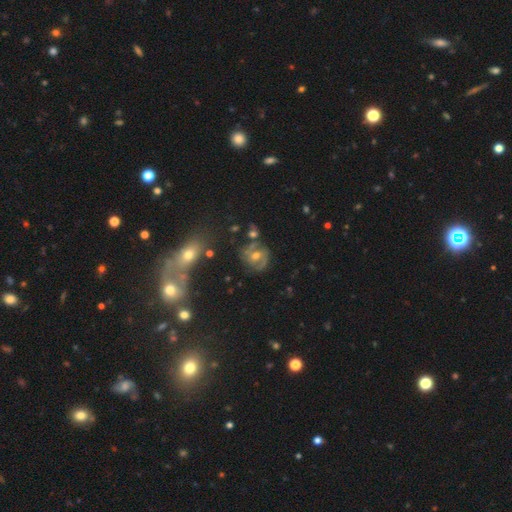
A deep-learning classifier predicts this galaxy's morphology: A featured or disk galaxy (68%) with no bar (49%), 2 (71%) medium (46%) spiral arms (85%) and a moderate central bulge (66%).

Vote fractions:
- Smooth or featured? featured or disk: 68% / smooth: 20% / star or artifact: 12%
- Edge-on disk? no: 96% / yes: 4%
- Bar? no: 49% / weak: 39% / strong: 11%
- Spiral arms? yes: 85% / no: 15%
- Spiral winding? medium: 46% / tight: 38% / loose: 16%
- Spiral arm count? 2: 71% / can't tell: 15% / 3: 6% / 1: 4% / 4: 2% / more than 4: 2%
- Bulge size? moderate: 66% / small: 26% / large: 4% / none: 2% / dominant: 1%
- Merging? none: 67% / minor disturbance: 17% / merger: 9% / major disturbance: 7%